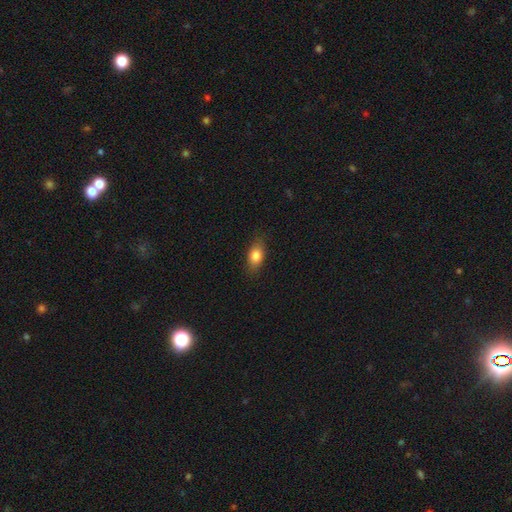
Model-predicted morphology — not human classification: Overall: smooth (82%). How rounded: in between (82%). Merging: none (83%).